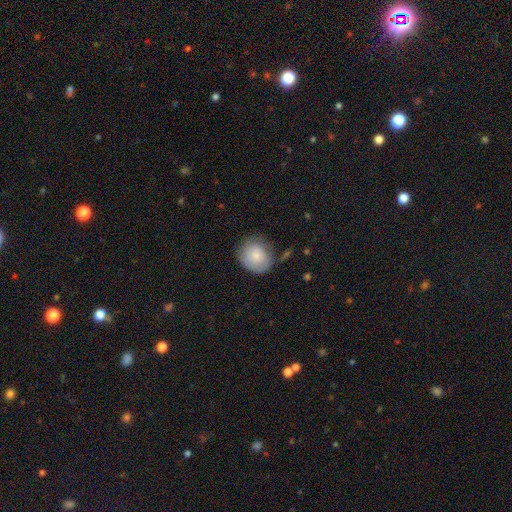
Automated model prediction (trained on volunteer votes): smooth_or_featured: smooth (p=0.79) [alt: featured or disk p=0.14]
how_rounded: round (p=0.80) [alt: in between p=0.19]
merging: none (p=0.66) [alt: minor disturbance p=0.24]